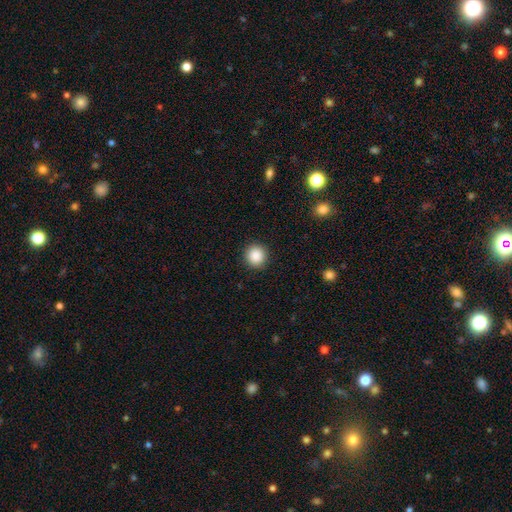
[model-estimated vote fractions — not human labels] smooth 88%, star or artifact 9%, featured or disk 3%. Down the decision tree: how rounded — round (92%); merging — none (91%).